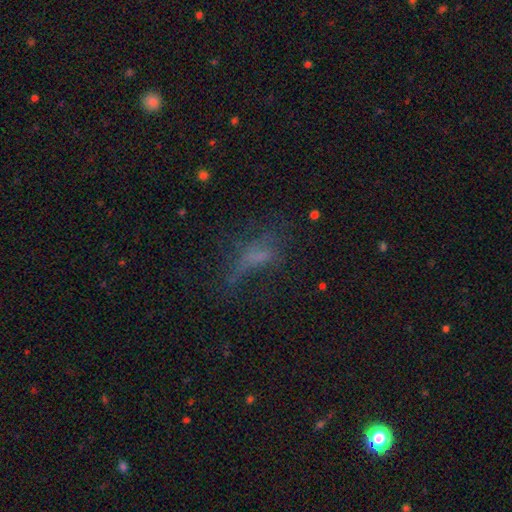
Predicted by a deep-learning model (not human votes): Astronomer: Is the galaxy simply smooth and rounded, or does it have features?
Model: smooth — 41% (runner-up: featured or disk, 31%).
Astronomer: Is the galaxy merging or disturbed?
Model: major disturbance — 40% (runner-up: none, 36%).